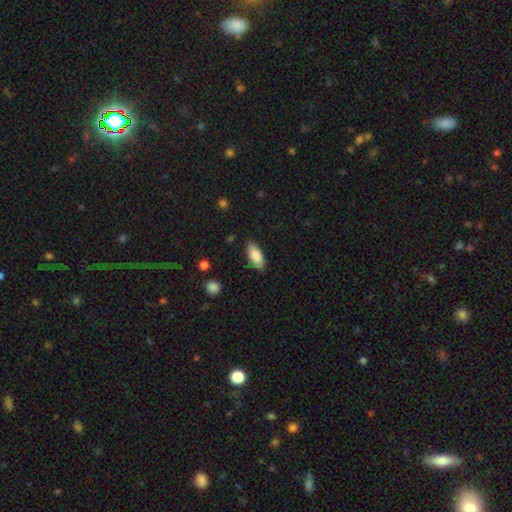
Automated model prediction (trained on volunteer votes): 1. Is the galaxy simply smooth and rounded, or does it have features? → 86% smooth, 8% featured or disk, 6% star or artifact.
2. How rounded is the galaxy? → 80% in between, 18% cigar-shaped, 2% round.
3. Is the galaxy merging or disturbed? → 83% none, 13% minor disturbance, 3% major disturbance, 1% merger.